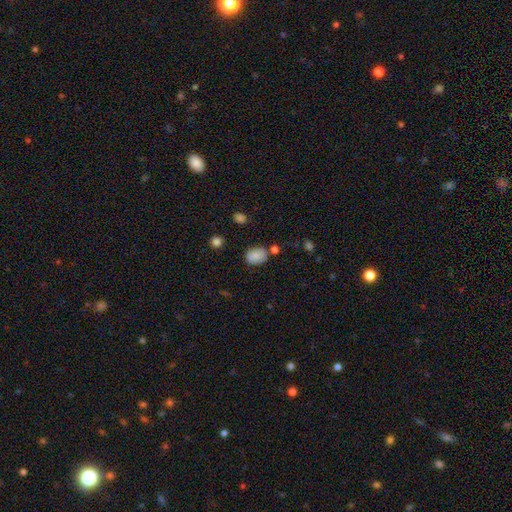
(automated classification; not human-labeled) smooth 85%, star or artifact 9%, featured or disk 6%. Down the decision tree: how rounded — in between (64%); merging — none (69%).